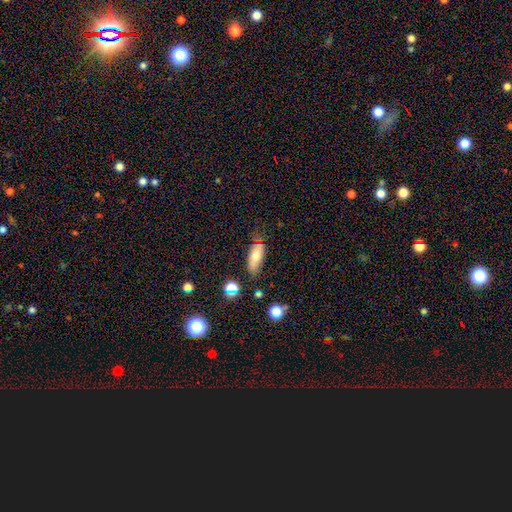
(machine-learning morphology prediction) This appears to be a smooth galaxy with no disk features (70%) that is in between round and cigar-shaped (73%). Merging: none (64%).